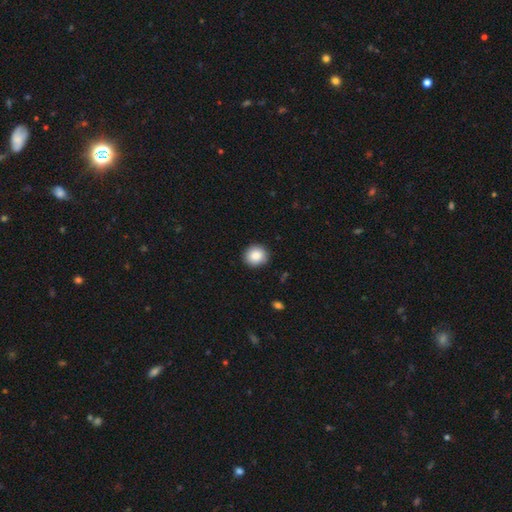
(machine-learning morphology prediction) Smooth or featured: smooth — 87% (star or artifact — 8%)
How rounded: round — 87% (in between — 13%)
Merging: none — 90% (minor disturbance — 7%)